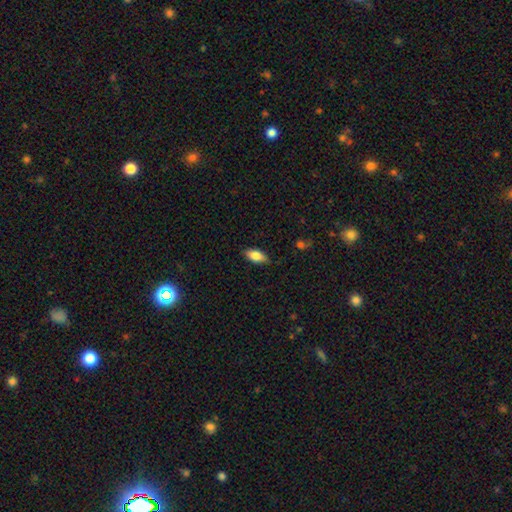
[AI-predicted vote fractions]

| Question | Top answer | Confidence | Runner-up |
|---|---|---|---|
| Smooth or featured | smooth | 75% | featured or disk (18%) |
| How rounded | in between | 83% | cigar-shaped (14%) |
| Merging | none | 82% | minor disturbance (14%) |